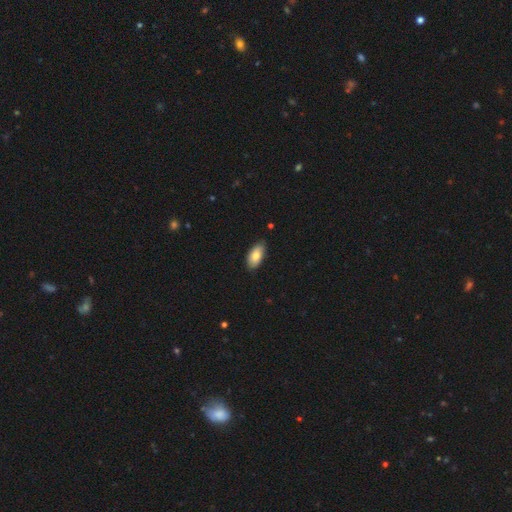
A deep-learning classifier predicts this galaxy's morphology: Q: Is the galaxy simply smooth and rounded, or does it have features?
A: smooth — 81%.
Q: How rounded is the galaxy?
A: in between — 93%.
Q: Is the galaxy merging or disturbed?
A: none — 81%.